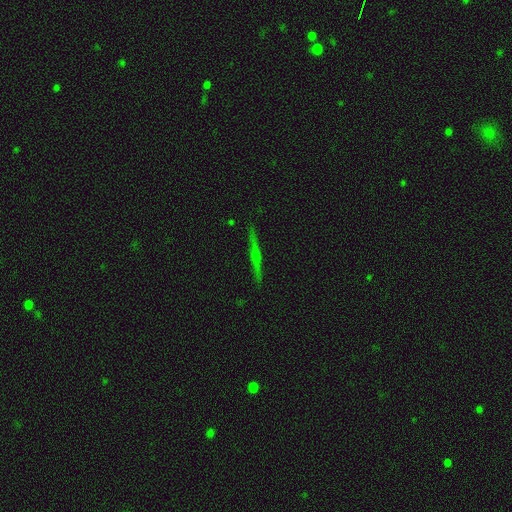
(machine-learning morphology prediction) Smooth or featured? Predicted: featured or disk (p=0.77). Edge-on disk? Predicted: yes (p=0.98). Edge-on bulge? Predicted: rounded (p=0.79). Merging? Predicted: none (p=0.92).